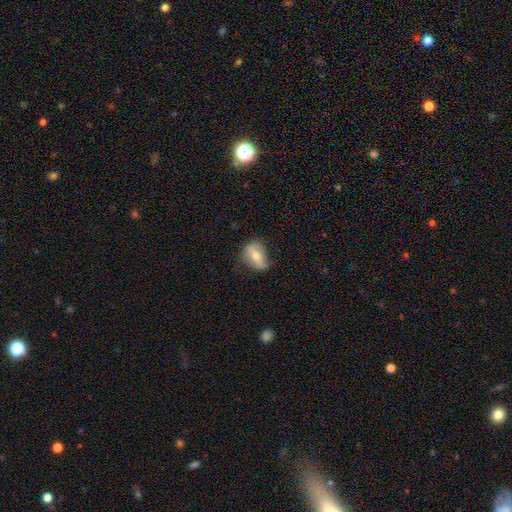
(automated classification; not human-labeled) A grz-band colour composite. It shows a smooth galaxy with no disk features (50%) that is in between round and cigar-shaped (75%). Merging: none (60%).